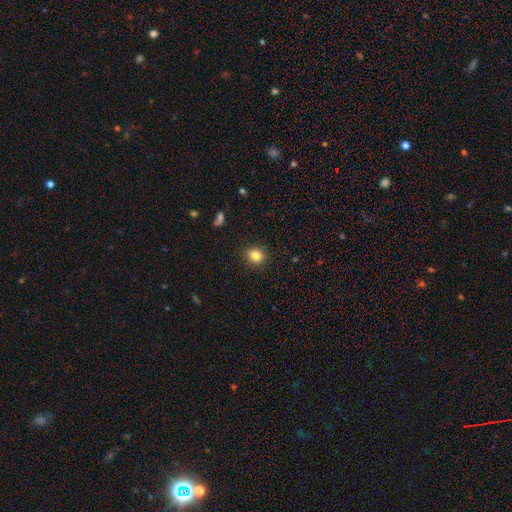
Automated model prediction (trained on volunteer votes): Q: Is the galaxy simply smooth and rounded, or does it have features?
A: smooth — 83%.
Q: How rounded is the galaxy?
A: round — 75%.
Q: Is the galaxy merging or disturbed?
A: none — 89%.